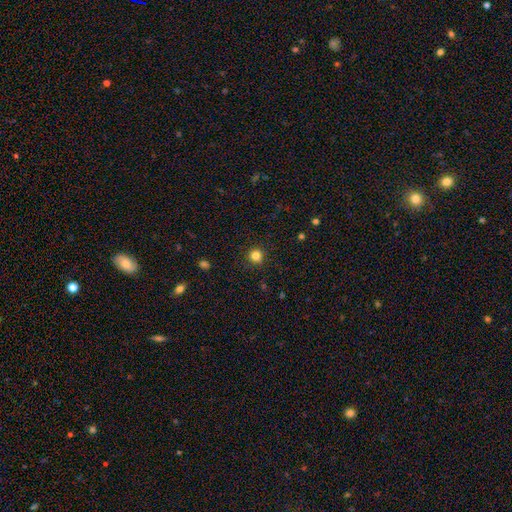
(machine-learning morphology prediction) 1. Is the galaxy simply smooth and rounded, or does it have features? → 83% smooth, 13% star or artifact, 4% featured or disk.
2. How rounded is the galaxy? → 93% round, 6% in between, 1% cigar-shaped.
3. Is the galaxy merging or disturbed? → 91% none, 6% minor disturbance, 2% major disturbance, 1% merger.